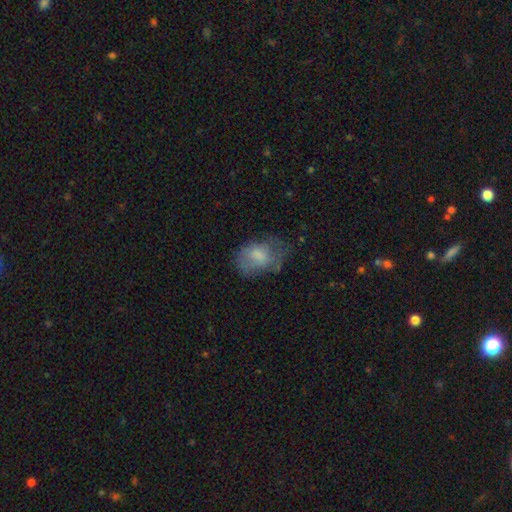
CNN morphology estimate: type=smooth (65%); roundness=in between (80%); merging=none (41%).